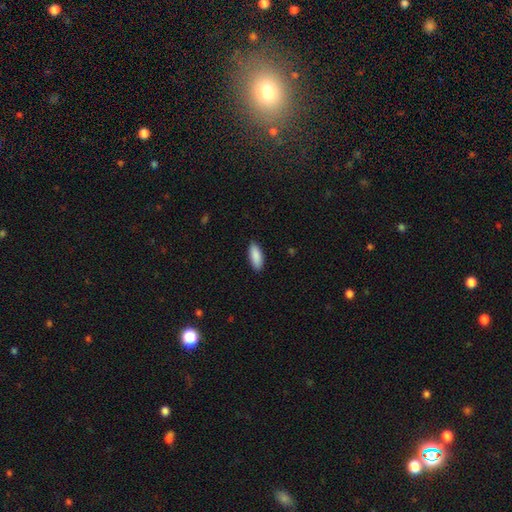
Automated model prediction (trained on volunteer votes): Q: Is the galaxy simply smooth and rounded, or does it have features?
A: smooth — 90%.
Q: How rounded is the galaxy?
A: in between — 77%.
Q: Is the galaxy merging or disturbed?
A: none — 89%.